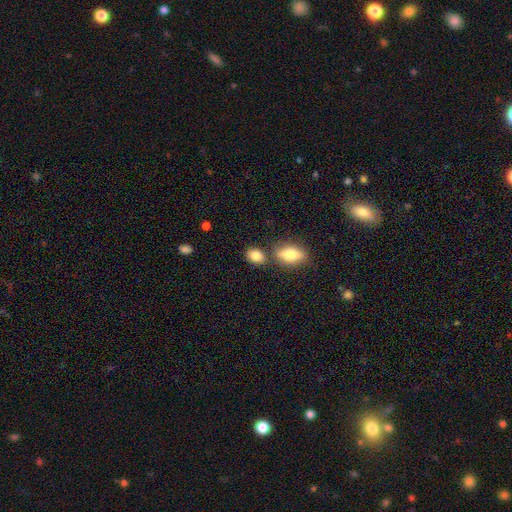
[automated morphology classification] smooth_or_featured: smooth (p=0.83) [alt: featured or disk p=0.08]
how_rounded: in between (p=0.68) [alt: round p=0.29]
merging: none (p=0.71) [alt: merger p=0.15]